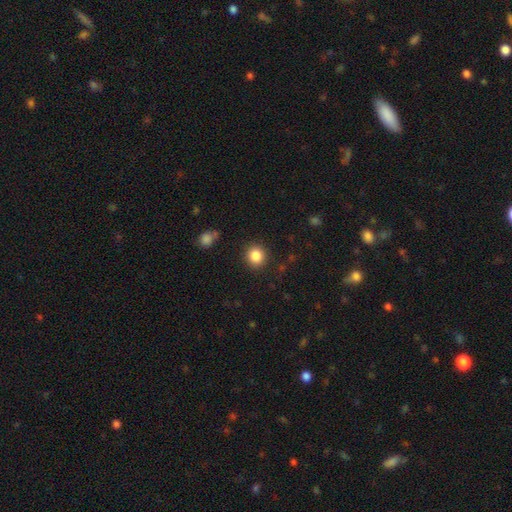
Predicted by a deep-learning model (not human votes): smooth-or-featured: smooth: 86% | star or artifact: 10% | featured or disk: 4%
  how-rounded: round: 87% | in between: 13% | cigar-shaped: 1%
  merging: none: 89% | minor disturbance: 7% | major disturbance: 3% | merger: 2%